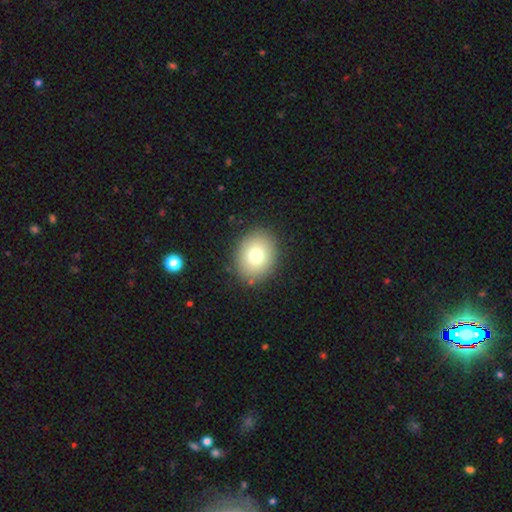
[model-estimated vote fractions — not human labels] Smooth or featured? smooth (76%)
How rounded? round (59%)
Merging? none (87%)